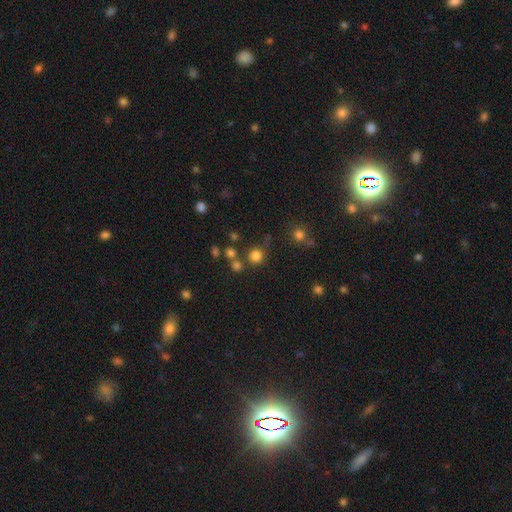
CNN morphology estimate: Smooth or featured? Predicted: smooth (p=0.77). How rounded? Predicted: round (p=0.93). Merging? Predicted: none (p=0.74).